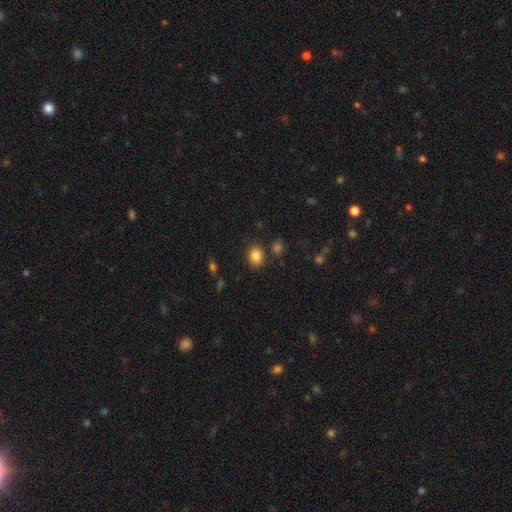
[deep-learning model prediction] Smooth or featured? Predicted: smooth (p=0.85). How rounded? Predicted: in between (p=0.53). Merging? Predicted: none (p=0.80).